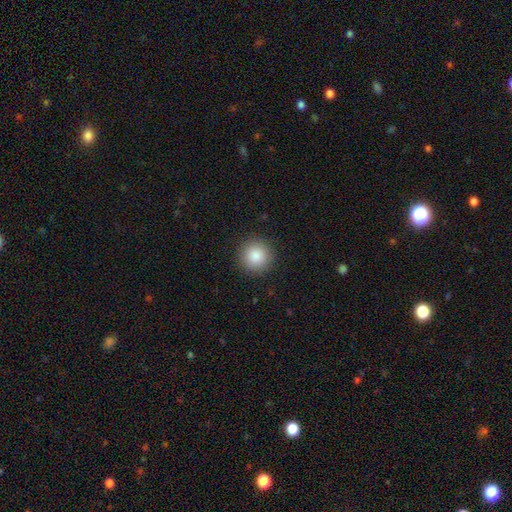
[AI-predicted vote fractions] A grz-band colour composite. It shows a smooth galaxy with no disk features (86%) that is round (96%). Merging: none (91%).